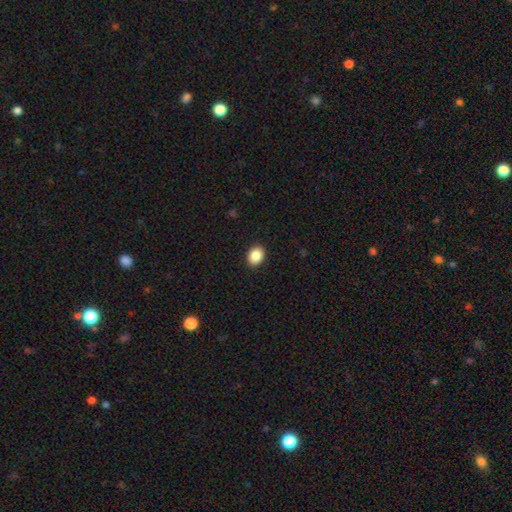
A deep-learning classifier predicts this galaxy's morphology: smooth_or_featured: smooth (p=0.88) [alt: star or artifact p=0.08]
how_rounded: in between (p=0.55) [alt: round p=0.44]
merging: none (p=0.91) [alt: minor disturbance p=0.06]